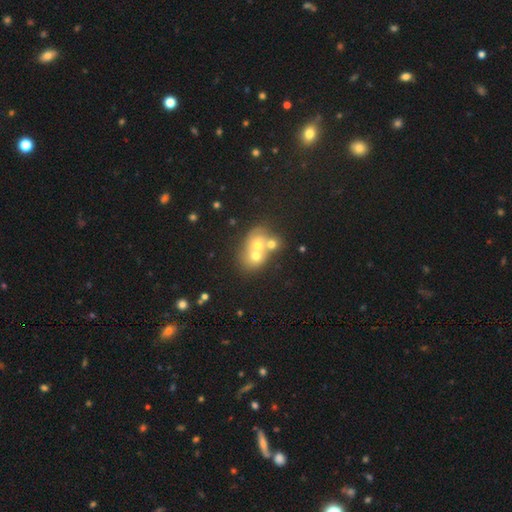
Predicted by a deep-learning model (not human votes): This appears to be a smooth galaxy with no disk features (56%) that is round (59%). Merging: merger (67%).